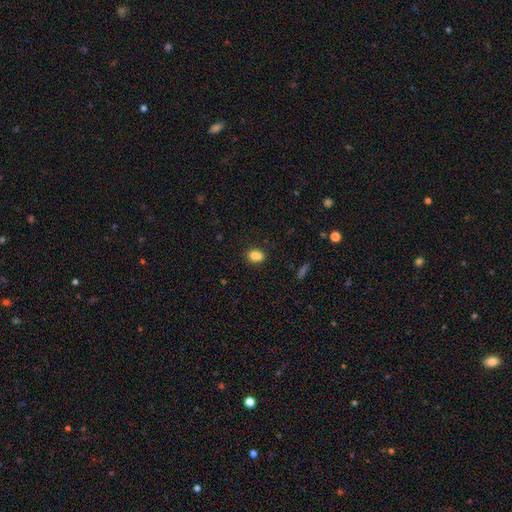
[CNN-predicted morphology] smooth_or_featured: smooth (p=0.83) [alt: star or artifact p=0.11]
how_rounded: in between (p=0.66) [alt: round p=0.32]
merging: none (p=0.70) [alt: minor disturbance p=0.15]